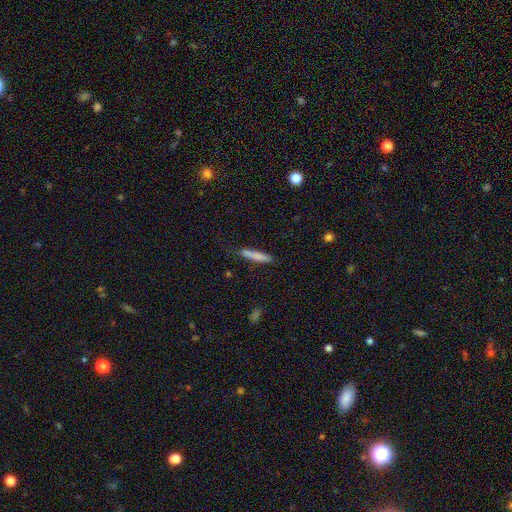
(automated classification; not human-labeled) This is likely a smooth galaxy (79%). How rounded: clearly cigar-shaped (91%). Merging: clearly none (82%).